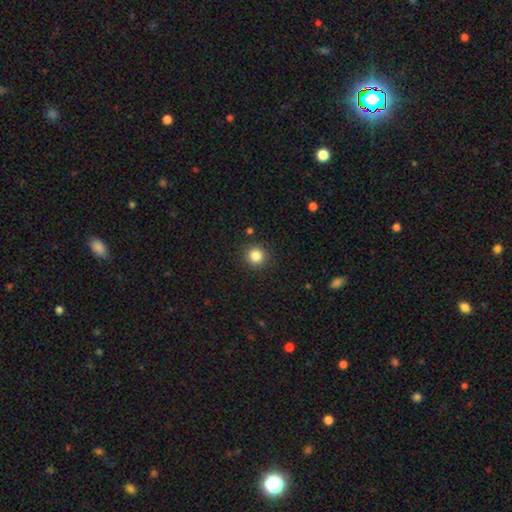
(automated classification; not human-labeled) smooth 85%, star or artifact 11%, featured or disk 4%. Down the decision tree: how rounded — round (94%); merging — none (91%).